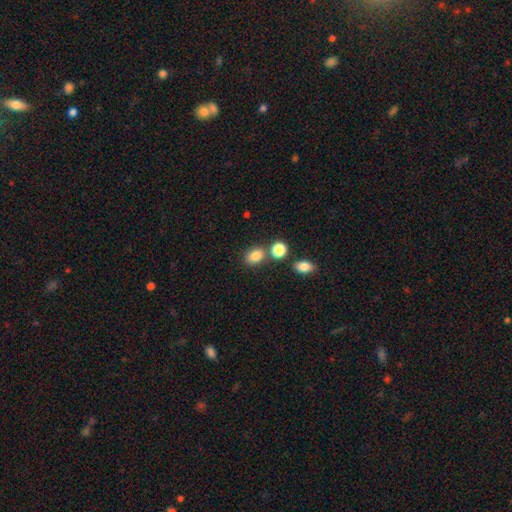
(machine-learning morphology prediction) Smooth or featured?
  - smooth: 83% *
  - star or artifact: 11%
  - featured or disk: 6%
How rounded?
  - in between: 68% *
  - round: 30%
  - cigar-shaped: 1%
Merging?
  - none: 68% *
  - merger: 16%
  - minor disturbance: 12%
  - major disturbance: 4%